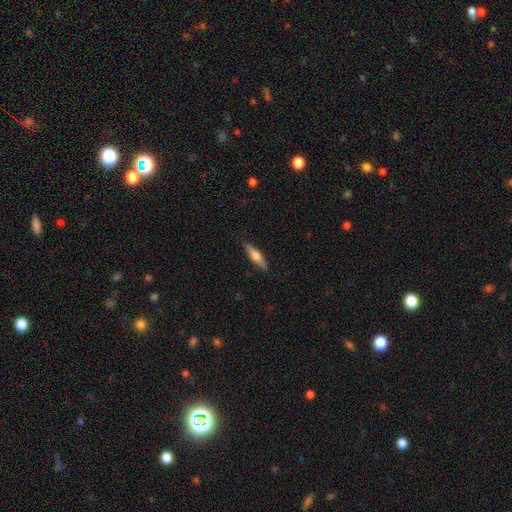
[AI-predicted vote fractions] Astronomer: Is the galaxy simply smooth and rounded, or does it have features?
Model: featured or disk — 47%, tied with smooth at 47%.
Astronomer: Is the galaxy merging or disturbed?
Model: none — 87%.